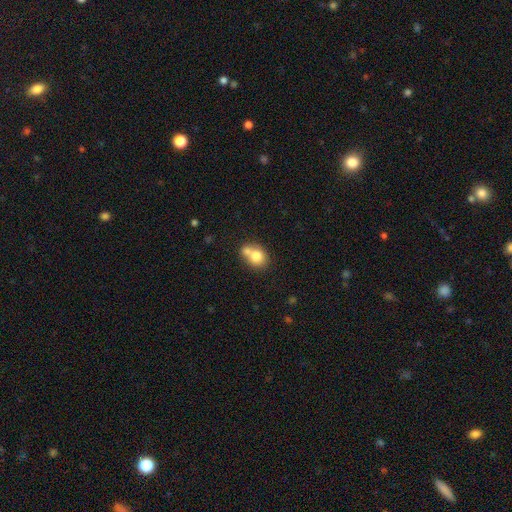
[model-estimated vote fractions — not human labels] Smooth or featured? Predicted: smooth (p=0.76). How rounded? Predicted: round (p=0.63). Merging? Predicted: merger (p=0.50).